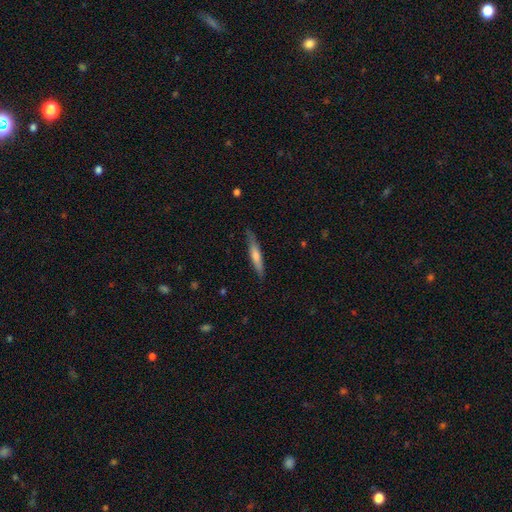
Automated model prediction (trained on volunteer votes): Smooth or featured: featured or disk — 54% (smooth — 40%)
Edge-on disk: yes — 94% (no — 6%)
Edge-on bulge: rounded — 69% (none — 20%)
Merging: none — 85% (minor disturbance — 12%)